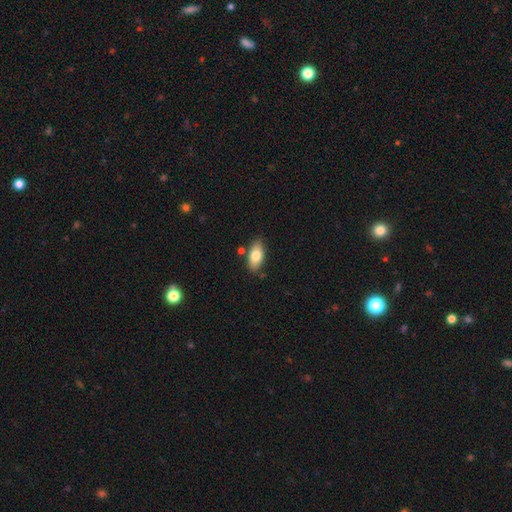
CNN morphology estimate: Q: Smooth or featured?
A: smooth (77%); runner-up: featured or disk (16%)
Q: How rounded?
A: in between (90%); runner-up: cigar-shaped (6%)
Q: Merging?
A: none (79%); runner-up: minor disturbance (13%)